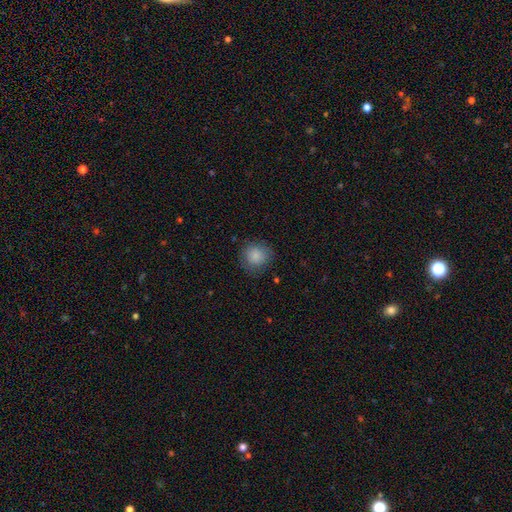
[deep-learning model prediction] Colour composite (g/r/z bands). It shows a smooth galaxy with no disk features (87%) that is round (91%). Merging: none (83%).